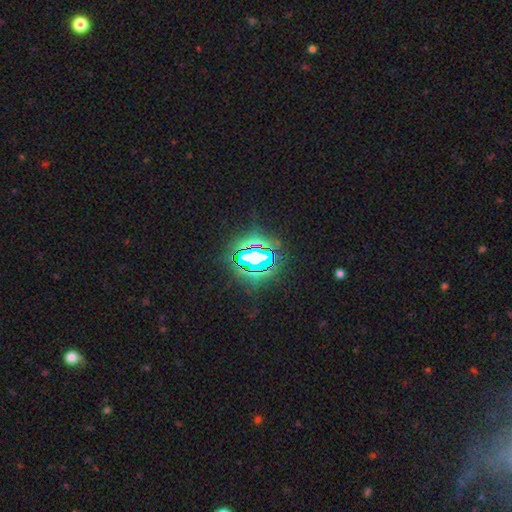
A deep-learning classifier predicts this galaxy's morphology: smooth-or-featured: star or artifact: 75% | smooth: 13% | featured or disk: 11%